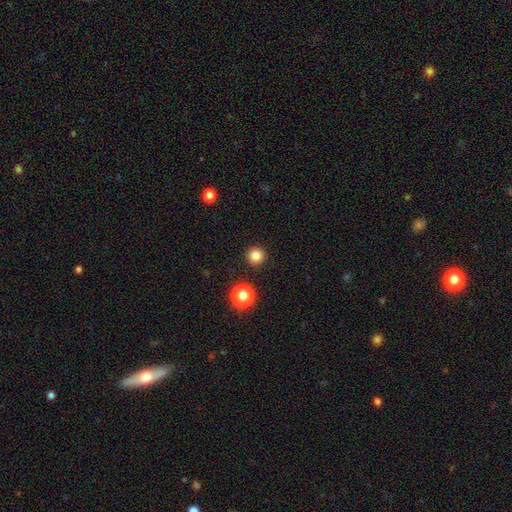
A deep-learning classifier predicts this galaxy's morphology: Smooth or featured? smooth (83%)
How rounded? round (96%)
Merging? none (92%)